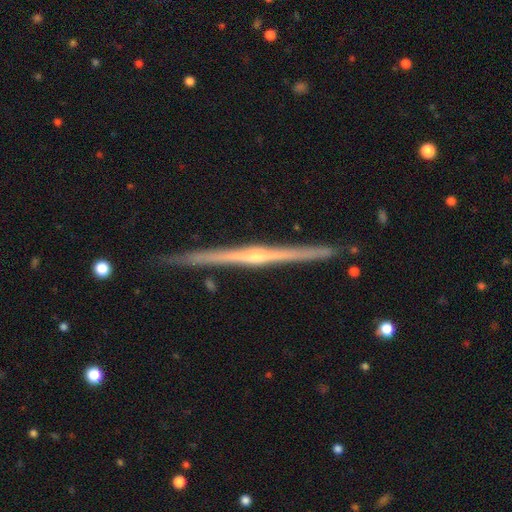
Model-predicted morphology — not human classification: Smooth or featured: featured or disk — 87% (smooth — 8%)
Edge-on disk: yes — 99% (no — 1%)
Edge-on bulge: rounded — 77% (none — 17%)
Merging: none — 91% (minor disturbance — 7%)